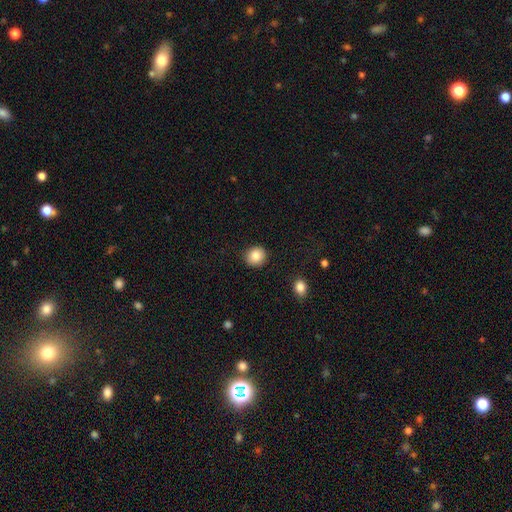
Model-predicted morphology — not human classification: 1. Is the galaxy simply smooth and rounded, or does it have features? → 86% smooth, 9% star or artifact, 5% featured or disk.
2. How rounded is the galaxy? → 85% round, 14% in between, 1% cigar-shaped.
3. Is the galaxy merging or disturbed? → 90% none, 7% minor disturbance, 2% major disturbance, 1% merger.